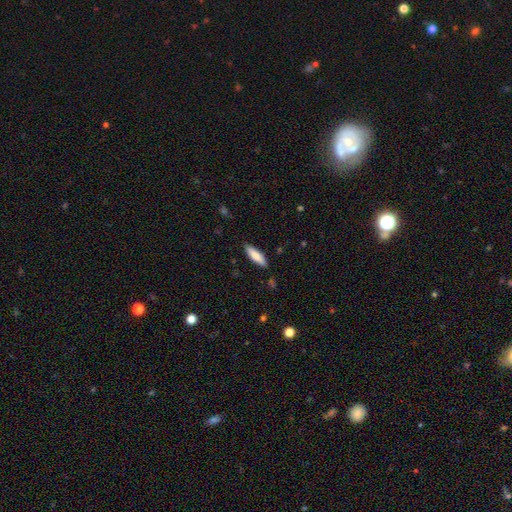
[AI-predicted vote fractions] Morphology: type=smooth (81%); roundness=cigar-shaped (57%); merging=none (87%).